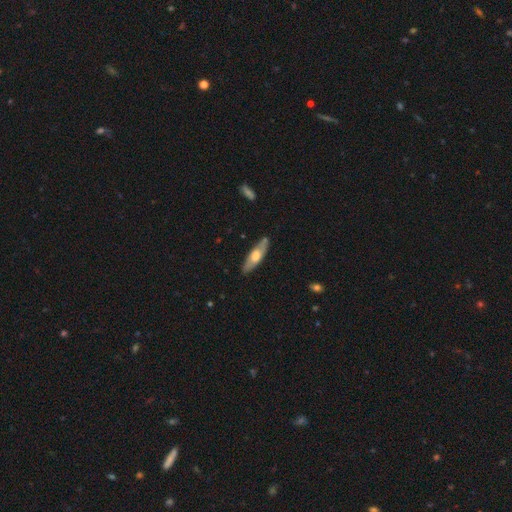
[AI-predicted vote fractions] Smooth or featured: featured or disk — 51% (smooth — 44%)
Edge-on disk: yes — 58% (no — 42%)
Merging: none — 82% (minor disturbance — 14%)